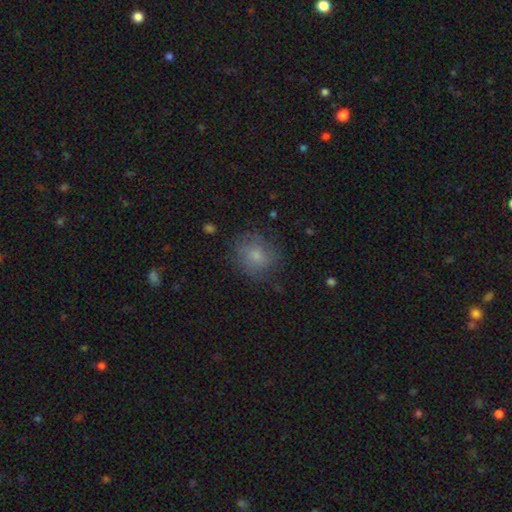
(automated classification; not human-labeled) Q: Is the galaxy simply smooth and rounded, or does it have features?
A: smooth — 74%.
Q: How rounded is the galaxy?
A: round — 75%.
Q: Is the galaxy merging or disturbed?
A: none — 72%.